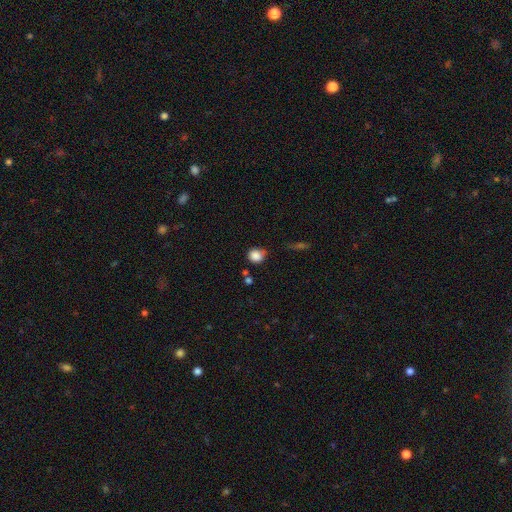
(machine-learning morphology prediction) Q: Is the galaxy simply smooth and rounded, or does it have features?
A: smooth — 85%.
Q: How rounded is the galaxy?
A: round — 77%.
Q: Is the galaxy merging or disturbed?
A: none — 64%.